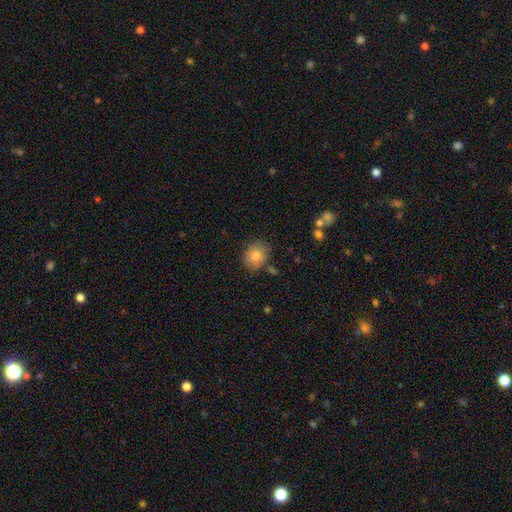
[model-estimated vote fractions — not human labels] Smooth or featured? Predicted: smooth (p=0.80). How rounded? Predicted: round (p=0.65). Merging? Predicted: none (p=0.74).